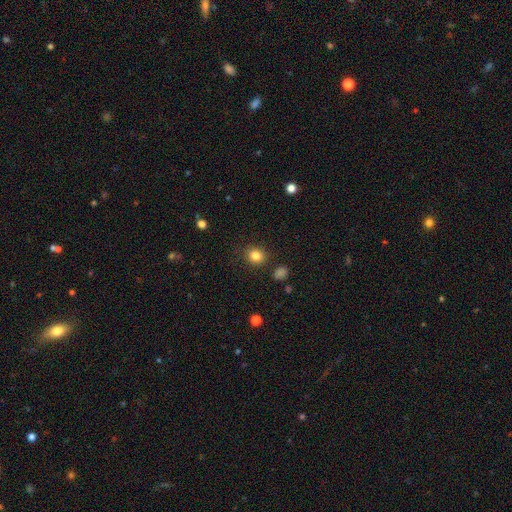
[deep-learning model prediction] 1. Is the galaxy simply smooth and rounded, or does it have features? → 83% smooth, 11% star or artifact, 5% featured or disk.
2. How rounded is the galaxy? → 81% round, 18% in between, 1% cigar-shaped.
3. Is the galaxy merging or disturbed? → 87% none, 8% minor disturbance, 3% major disturbance, 2% merger.